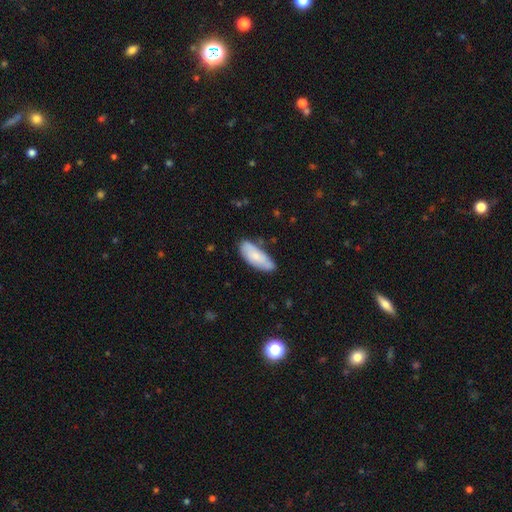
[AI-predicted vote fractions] Smooth or featured? smooth (71%)
How rounded? in between (76%)
Merging? none (69%)